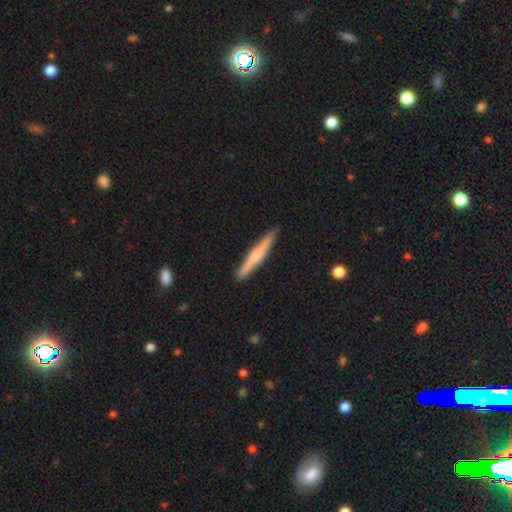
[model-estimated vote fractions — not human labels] featured or disk 51%, smooth 44%, star or artifact 6%. Down the decision tree: edge-on disk — yes (97%); merging — none (89%).